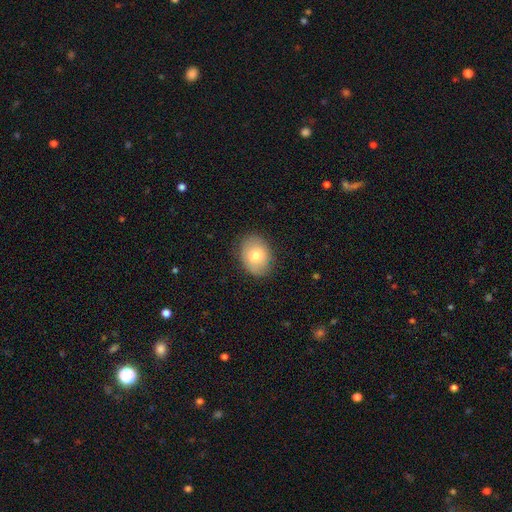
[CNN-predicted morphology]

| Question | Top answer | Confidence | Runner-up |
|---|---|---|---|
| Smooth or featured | smooth | 74% | featured or disk (18%) |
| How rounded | in between | 64% | round (35%) |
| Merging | none | 83% | minor disturbance (13%) |